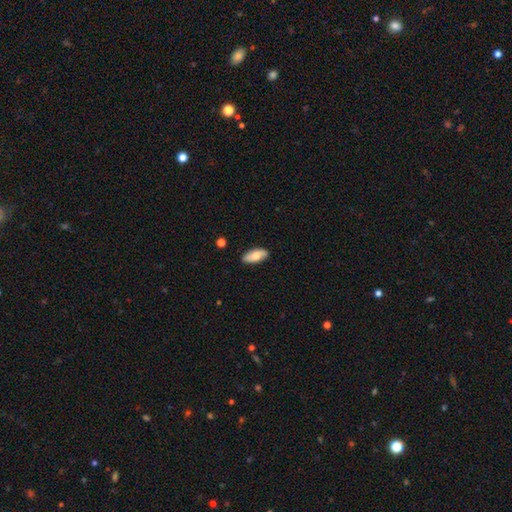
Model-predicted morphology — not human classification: Overall: smooth (69%). How rounded: in between (87%). Merging: none (86%).